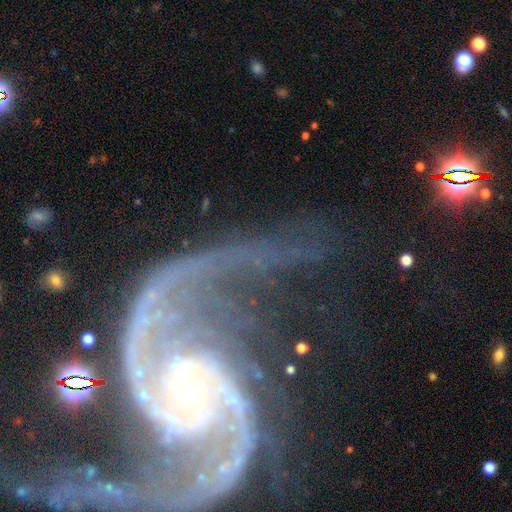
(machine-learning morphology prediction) Smooth or featured? Predicted: featured or disk (p=0.87). Edge-on disk? Predicted: no (p=0.96). Bar? Predicted: no (p=0.57). Spiral arms? Predicted: yes (p=0.94). Spiral winding? Predicted: medium (p=0.40). Spiral arm count? Predicted: 2 (p=0.68). Bulge size? Predicted: small (p=0.78). Merging? Predicted: none (p=0.42).